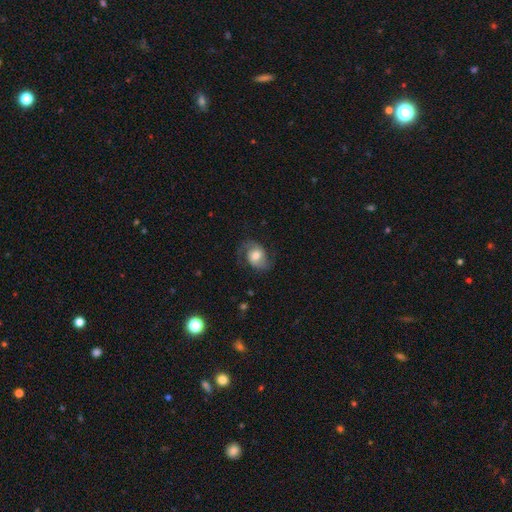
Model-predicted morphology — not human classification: This appears to be a featured or disk galaxy (62%) with no bar (51%), 2 (87%) medium (44%) spiral arms (91%) and a moderate central bulge (56%). Merging: none (67%).